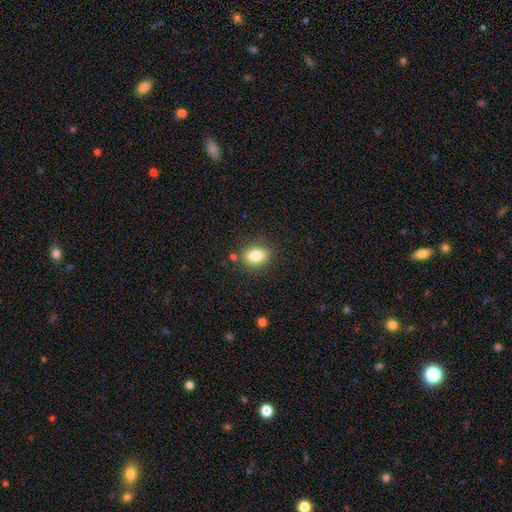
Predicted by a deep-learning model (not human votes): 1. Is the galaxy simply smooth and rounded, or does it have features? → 83% smooth, 9% star or artifact, 8% featured or disk.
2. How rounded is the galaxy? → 70% in between, 29% round, 2% cigar-shaped.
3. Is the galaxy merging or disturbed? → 83% none, 10% minor disturbance, 3% merger, 3% major disturbance.